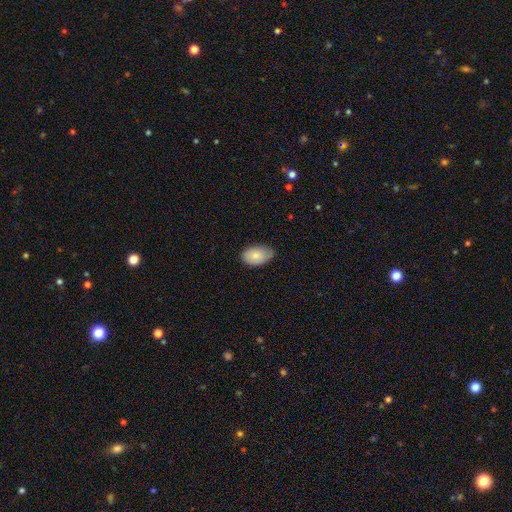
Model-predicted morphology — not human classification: smooth_or_featured: smooth (p=0.79) [alt: featured or disk p=0.14]
how_rounded: in between (p=0.90) [alt: round p=0.08]
merging: none (p=0.65) [alt: minor disturbance p=0.30]